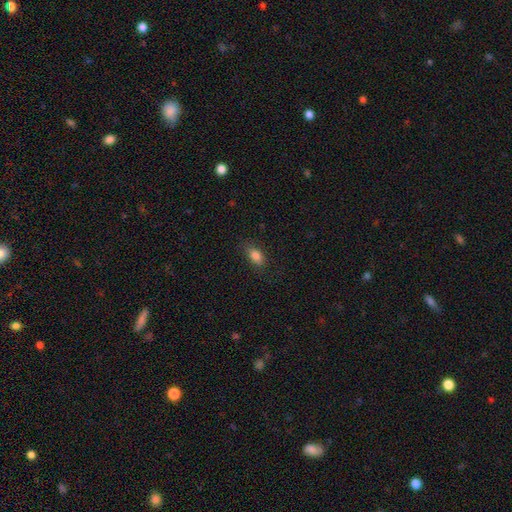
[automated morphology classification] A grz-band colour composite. It shows a smooth galaxy with no disk features (83%) that is in between round and cigar-shaped (86%). Merging: none (78%).